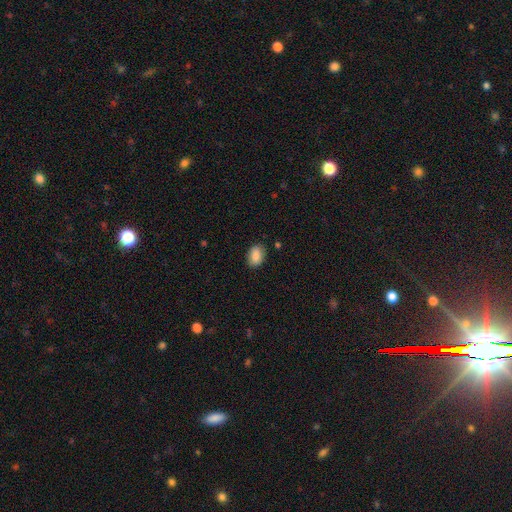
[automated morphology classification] Smooth or featured?
  - smooth: 87% *
  - star or artifact: 7%
  - featured or disk: 5%
How rounded?
  - in between: 86% *
  - round: 12%
  - cigar-shaped: 1%
Merging?
  - none: 85% *
  - minor disturbance: 11%
  - major disturbance: 3%
  - merger: 1%